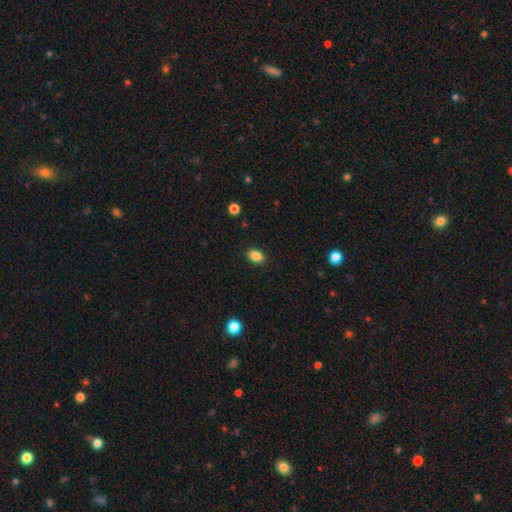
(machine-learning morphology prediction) Overall: smooth (85%). How rounded: in between (78%). Merging: none (89%).